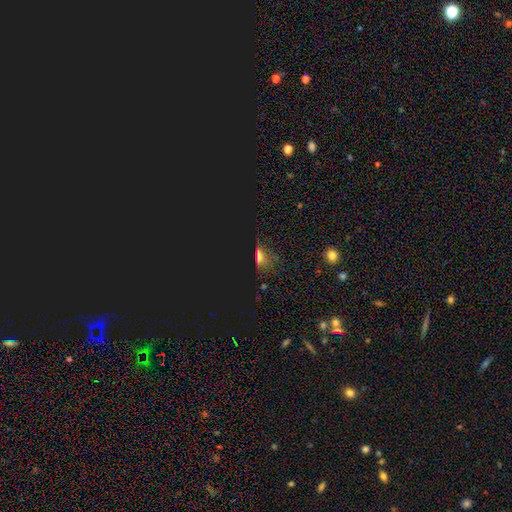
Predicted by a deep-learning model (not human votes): This is possibly a star or artifact rather than a galaxy (57%).